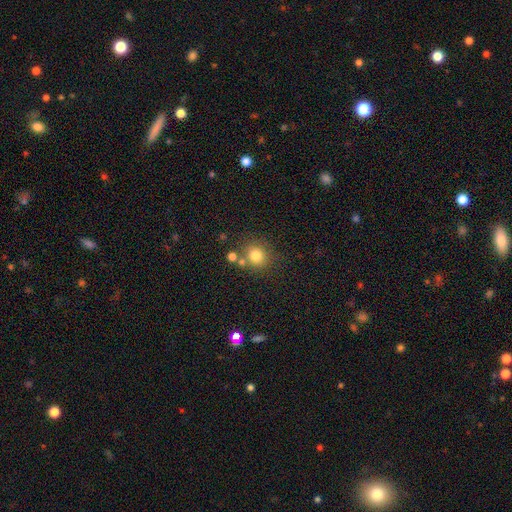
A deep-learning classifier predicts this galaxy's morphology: A smooth galaxy with no disk features (79%) that is round (86%). Merging: none (71%).